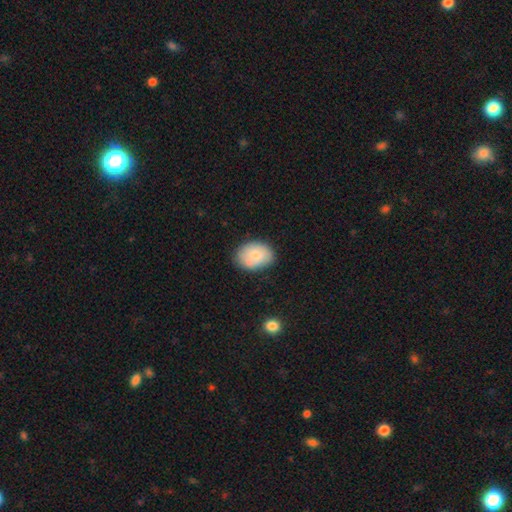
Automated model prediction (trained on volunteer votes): The model was most divided on "smooth or featured": smooth: 69%, featured or disk: 24%, star or artifact: 7%. More confident: merging — none (74%); how rounded — in between (73%).